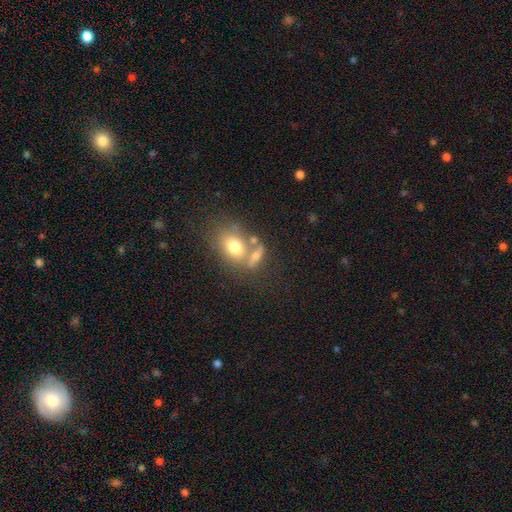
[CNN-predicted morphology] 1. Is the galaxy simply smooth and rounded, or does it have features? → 66% smooth, 22% featured or disk, 12% star or artifact.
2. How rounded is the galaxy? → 65% in between, 23% round, 12% cigar-shaped.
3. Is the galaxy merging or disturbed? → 43% none, 38% merger, 12% minor disturbance, 7% major disturbance.